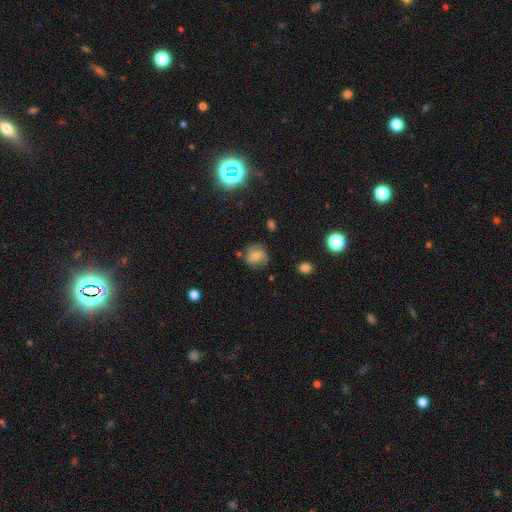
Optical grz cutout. It shows a featured or disk galaxy (50%) with no bar (50%), 2 (71%) medium (64%) spiral arms (78%) and a moderate central bulge (61%). Merging: none (83%).